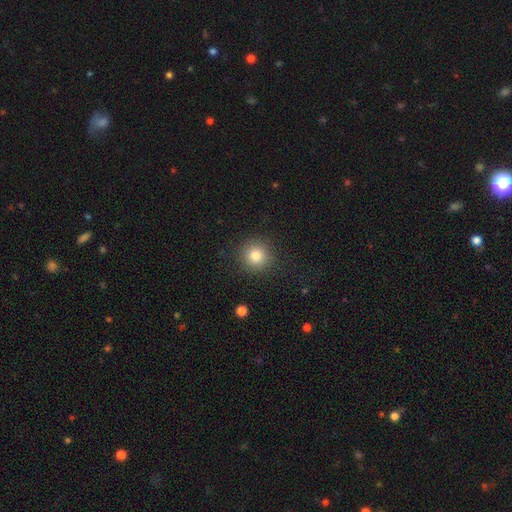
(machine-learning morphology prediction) A smooth galaxy with no disk features (81%) that is round (94%). Merging: none (90%).